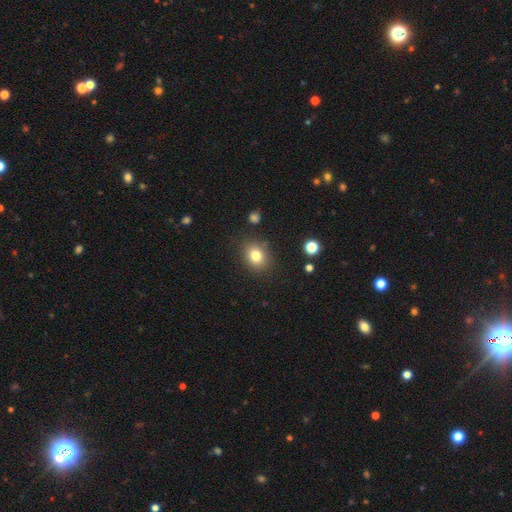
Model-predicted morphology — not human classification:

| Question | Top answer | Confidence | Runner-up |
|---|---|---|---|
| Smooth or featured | smooth | 80% | star or artifact (12%) |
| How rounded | round | 54% | in between (45%) |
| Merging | none | 83% | minor disturbance (11%) |